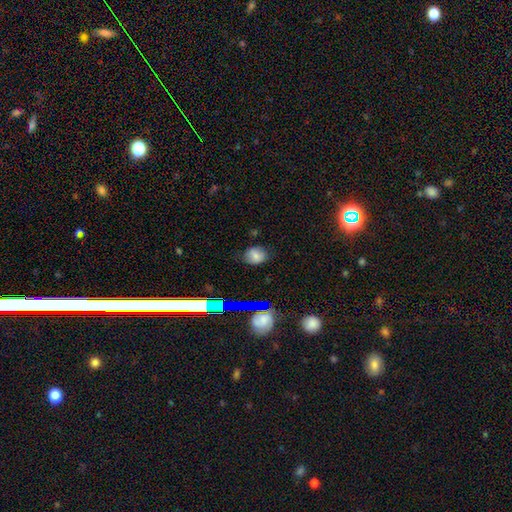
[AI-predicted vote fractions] smooth-or-featured: smooth: 74% | star or artifact: 15% | featured or disk: 11%
  how-rounded: round: 55% | in between: 44% | cigar-shaped: 1%
  merging: none: 77% | minor disturbance: 17% | major disturbance: 4% | merger: 2%